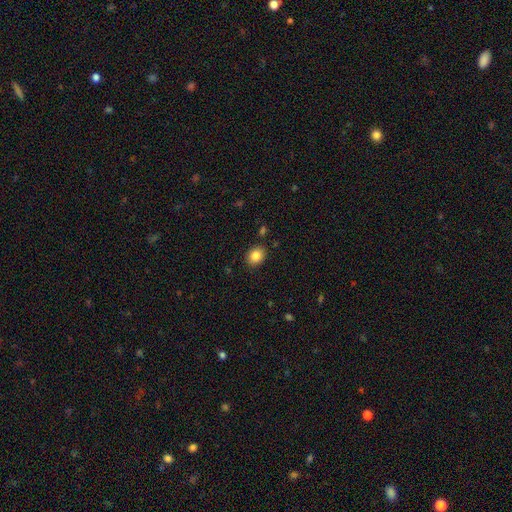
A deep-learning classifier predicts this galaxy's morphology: This is clearly a smooth galaxy (85%). How rounded: possibly round (52%). Merging: clearly none (88%).